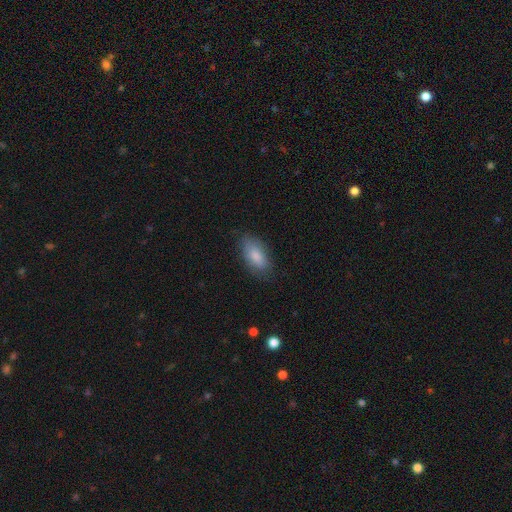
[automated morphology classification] Smooth or featured: smooth — 84% (featured or disk — 10%)
How rounded: in between — 90% (cigar-shaped — 7%)
Merging: none — 76% (minor disturbance — 18%)